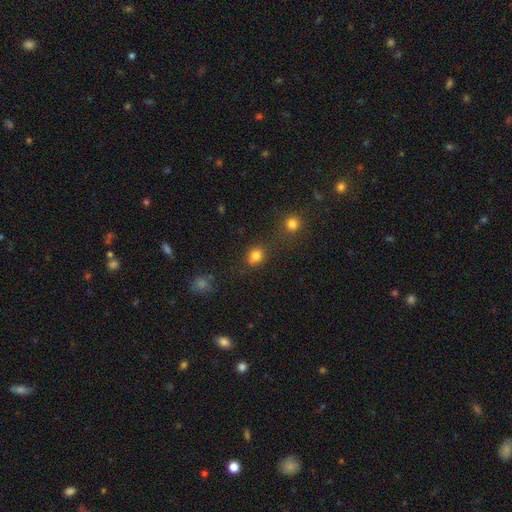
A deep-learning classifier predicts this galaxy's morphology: Smooth or featured?
  - smooth: 81% *
  - star or artifact: 13%
  - featured or disk: 5%
How rounded?
  - round: 65% *
  - in between: 33%
  - cigar-shaped: 1%
Merging?
  - none: 68% *
  - minor disturbance: 15%
  - merger: 12%
  - major disturbance: 5%